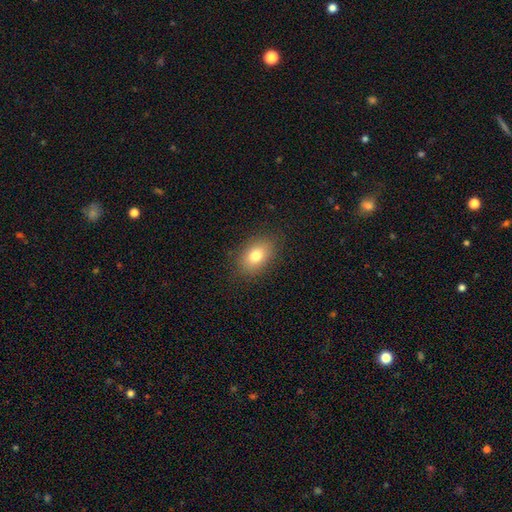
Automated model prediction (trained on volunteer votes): Overall: smooth (77%). How rounded: in between (79%). Merging: none (86%).